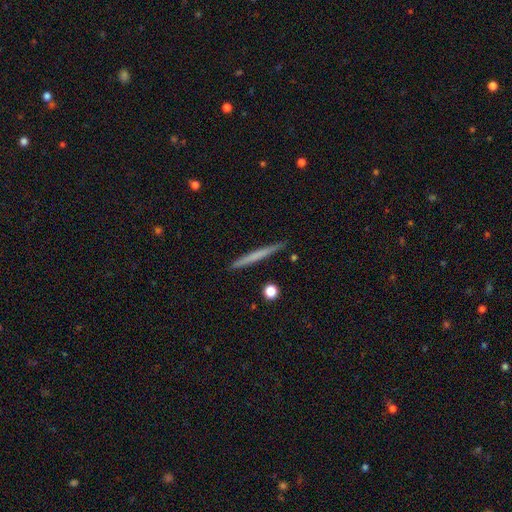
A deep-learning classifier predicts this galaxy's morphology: Smooth or featured? Predicted: smooth (p=0.57). How rounded? Predicted: cigar-shaped (p=0.97). Merging? Predicted: none (p=0.91).